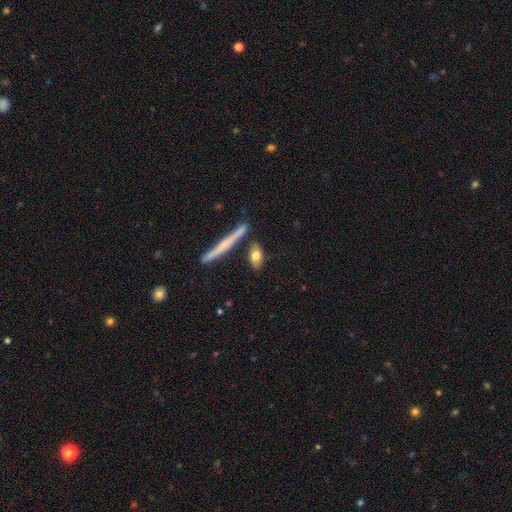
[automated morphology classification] Smooth or featured? smooth (74%)
How rounded? in between (70%)
Merging? none (76%)